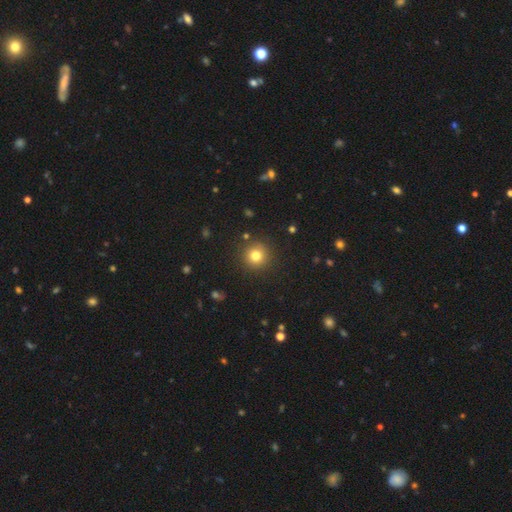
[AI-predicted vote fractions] Overall: smooth (78%). How rounded: round (95%). Merging: none (90%).